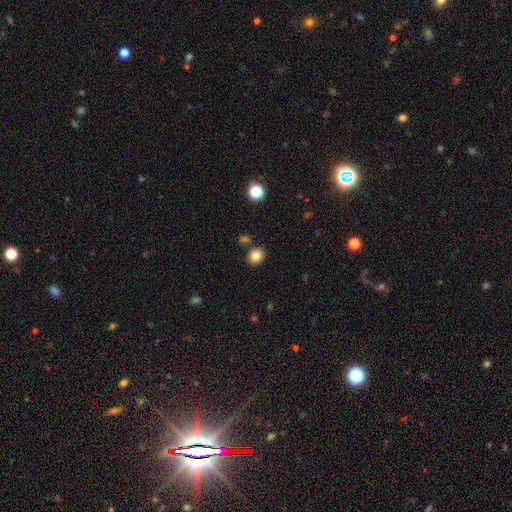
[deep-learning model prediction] Morphology: type=smooth (83%); roundness=round (63%); merging=none (84%).